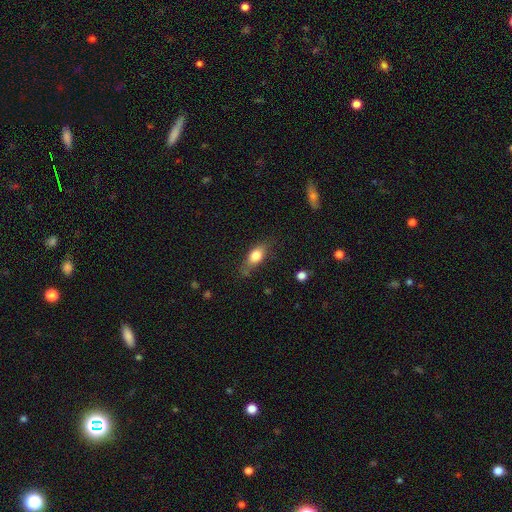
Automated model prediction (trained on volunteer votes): Smooth or featured?
  - smooth: 74% *
  - featured or disk: 19%
  - star or artifact: 8%
How rounded?
  - in between: 74% *
  - cigar-shaped: 17%
  - round: 9%
Merging?
  - none: 64% *
  - minor disturbance: 26%
  - major disturbance: 8%
  - merger: 3%